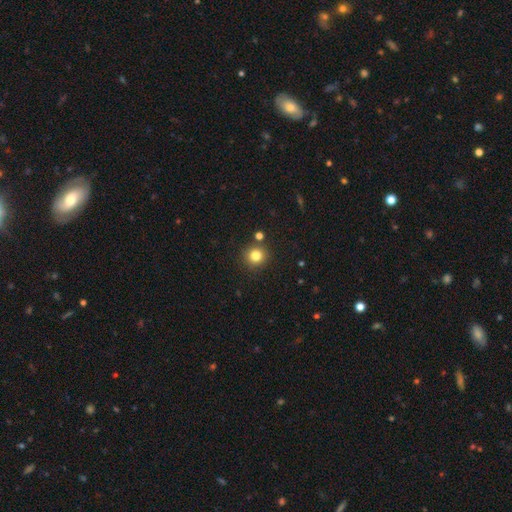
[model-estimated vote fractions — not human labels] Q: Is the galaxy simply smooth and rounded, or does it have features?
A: smooth — 81%.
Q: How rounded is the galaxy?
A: round — 92%.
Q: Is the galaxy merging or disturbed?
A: none — 85%.